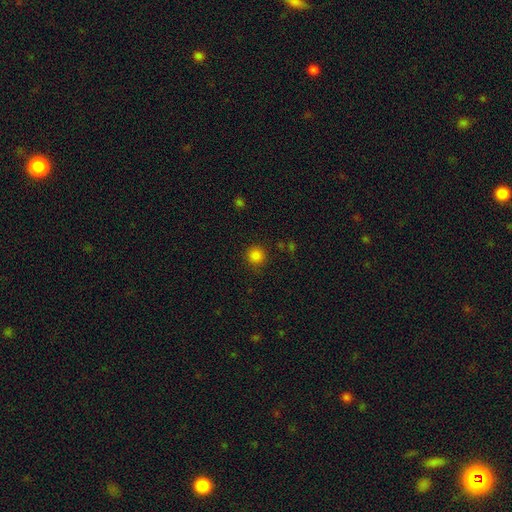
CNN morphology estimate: Smooth or featured: smooth — 83% (star or artifact — 14%)
How rounded: round — 94% (in between — 5%)
Merging: none — 88% (minor disturbance — 8%)